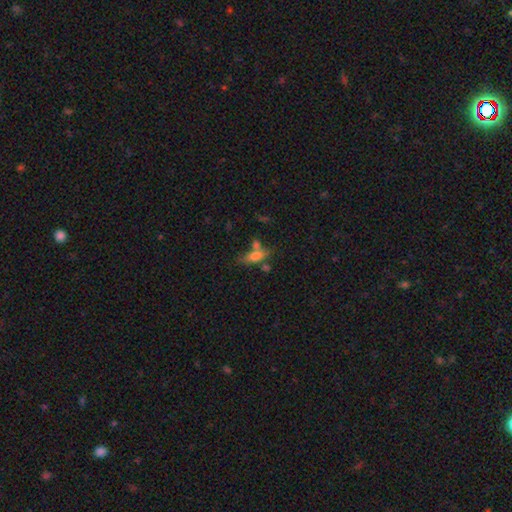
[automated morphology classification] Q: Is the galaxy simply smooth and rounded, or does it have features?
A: smooth — 68%.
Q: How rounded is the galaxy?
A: in between — 59%.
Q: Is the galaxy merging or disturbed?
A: none — 45%.